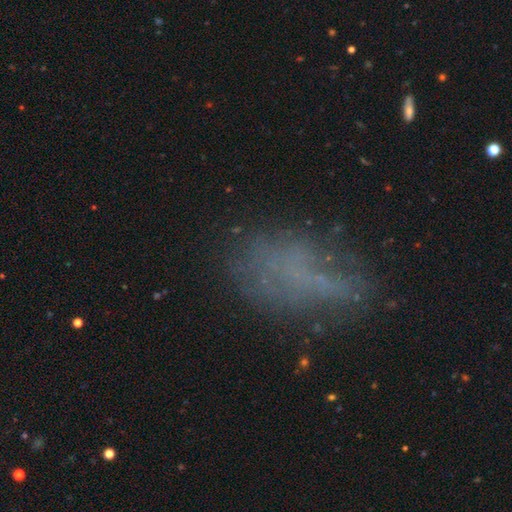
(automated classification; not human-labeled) Overall: featured or disk (39%; smooth 37%). Merging: none (52%; major disturbance 23%).